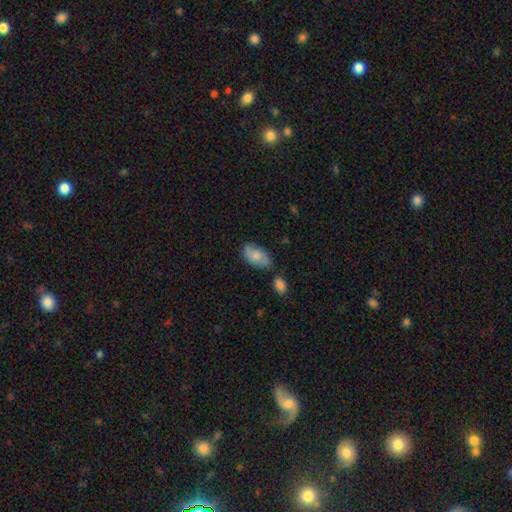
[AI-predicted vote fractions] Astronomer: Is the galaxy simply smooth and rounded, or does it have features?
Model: smooth — 70%.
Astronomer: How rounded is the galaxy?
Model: in between — 93%.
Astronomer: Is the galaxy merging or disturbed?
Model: none — 62%.